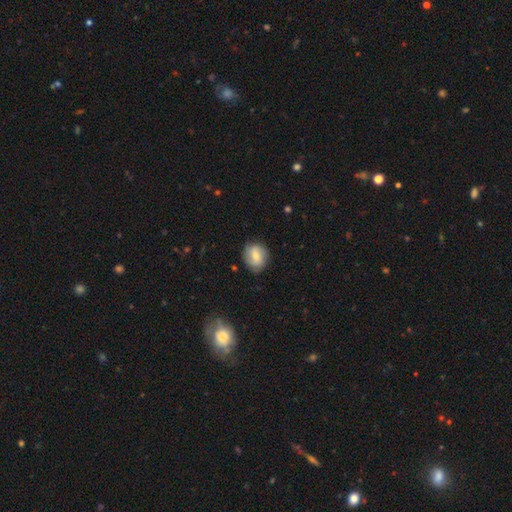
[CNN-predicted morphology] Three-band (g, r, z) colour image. It shows a smooth galaxy with no disk features (61%) that is round (66%). Merging: none (81%).